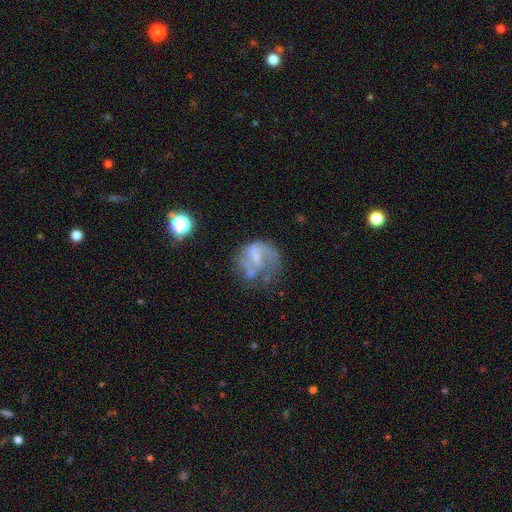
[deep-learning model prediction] Overall: featured or disk (51%; smooth 37%). Edge-on disk: no (97%). Merging: major disturbance (36%; none 33%).